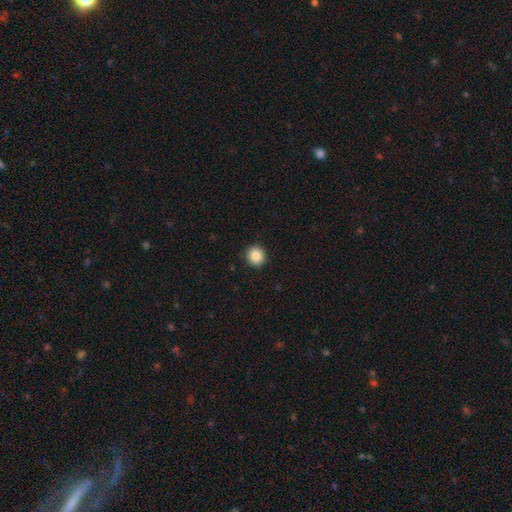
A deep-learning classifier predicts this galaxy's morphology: Smooth or featured? smooth (87%)
How rounded? round (91%)
Merging? none (92%)